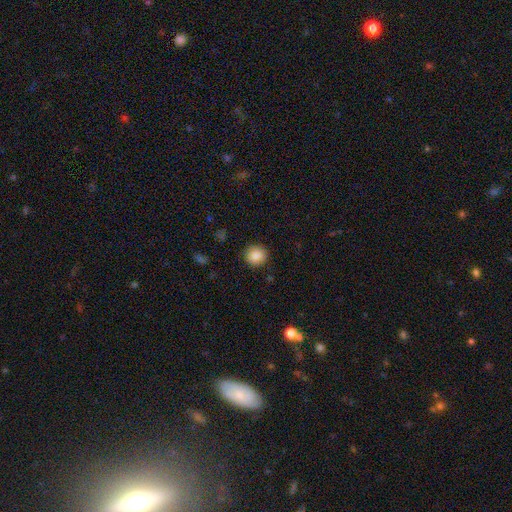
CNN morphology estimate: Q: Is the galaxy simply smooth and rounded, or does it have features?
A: smooth — 87%.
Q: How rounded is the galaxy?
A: round — 91%.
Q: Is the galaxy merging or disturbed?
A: none — 90%.